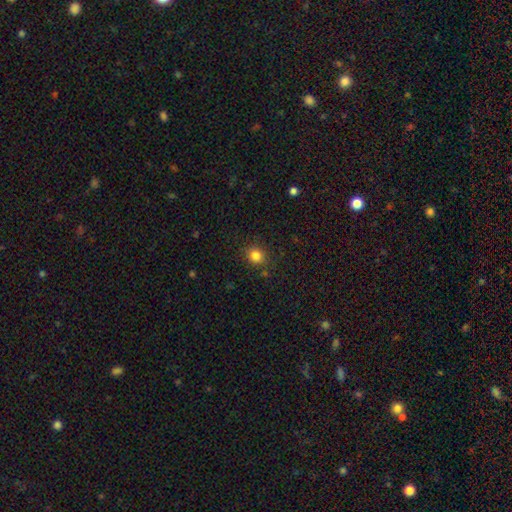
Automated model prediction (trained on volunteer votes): Smooth or featured? smooth (83%)
How rounded? round (82%)
Merging? none (86%)